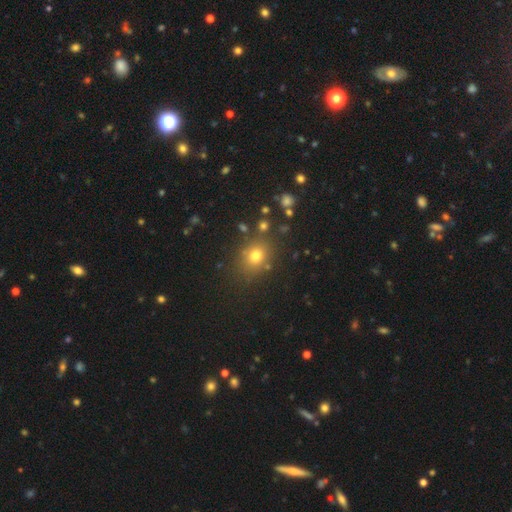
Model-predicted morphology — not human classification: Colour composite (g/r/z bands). It shows a smooth galaxy with no disk features (73%) that is round (62%). Merging: none (81%).